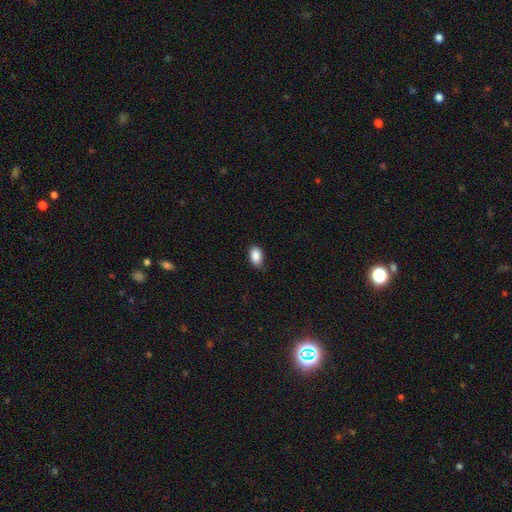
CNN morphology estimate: The model was most divided on "merging": none: 77%, minor disturbance: 19%, major disturbance: 3%, merger: 1%. More confident: how rounded — in between (90%); smooth or featured — smooth (89%).